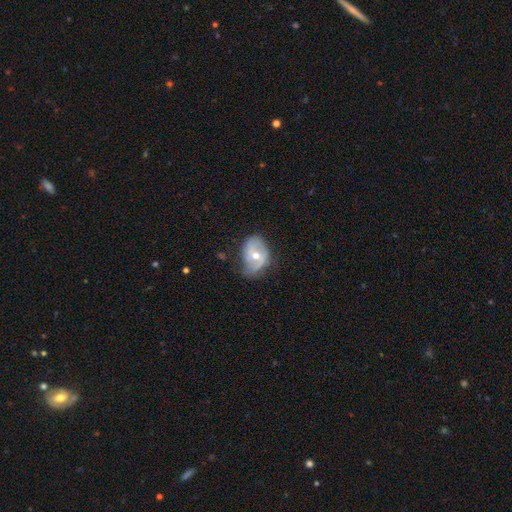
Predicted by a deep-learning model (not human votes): featured or disk 58%, smooth 35%, star or artifact 7%. Down the decision tree: edge-on disk — no (95%); bar — no (58%); spiral arms — yes (64%); bulge size — moderate (65%); merging — none (51%).